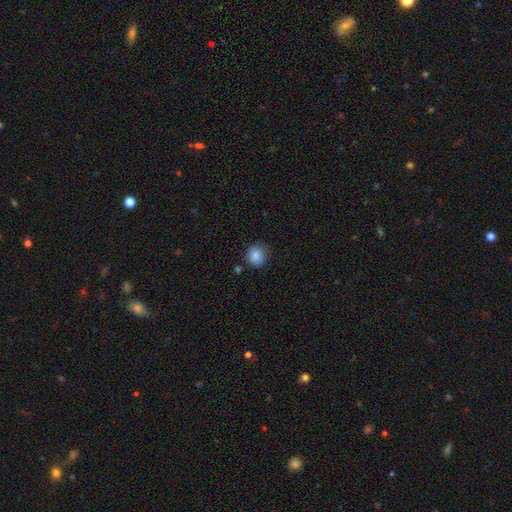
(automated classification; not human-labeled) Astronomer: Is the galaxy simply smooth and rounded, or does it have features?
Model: smooth — 86%.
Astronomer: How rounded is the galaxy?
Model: round — 81%.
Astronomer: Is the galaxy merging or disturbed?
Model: none — 76%.